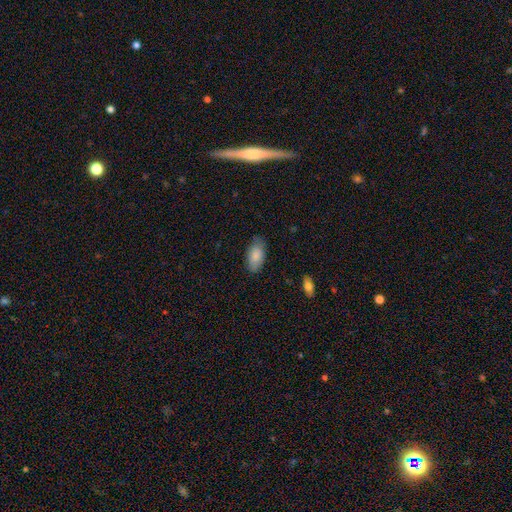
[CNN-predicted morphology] Smooth or featured? smooth (86%)
How rounded? in between (94%)
Merging? none (78%)